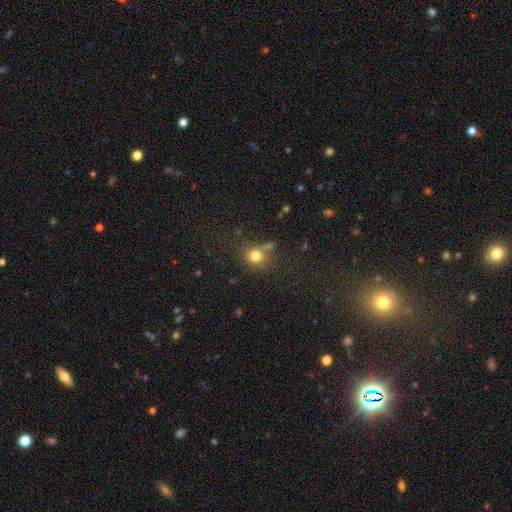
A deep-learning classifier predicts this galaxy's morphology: A smooth galaxy with no disk features (76%) that is round (81%). Merging: none (64%).